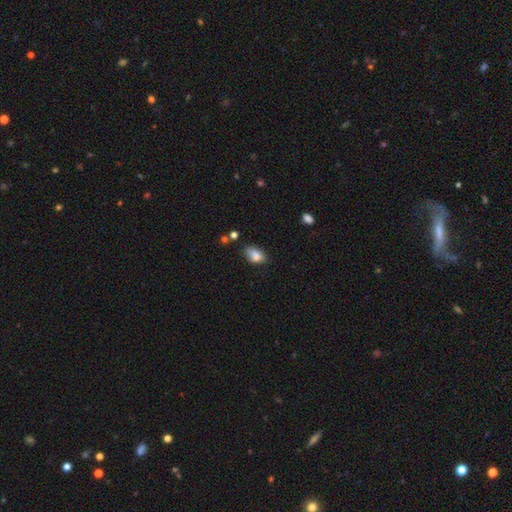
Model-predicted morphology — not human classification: A smooth galaxy with no disk features (82%) that is in between round and cigar-shaped (89%).

Vote fractions:
- Smooth or featured? smooth: 82% / star or artifact: 9% / featured or disk: 9%
- How rounded? in between: 89% / round: 9% / cigar-shaped: 2%
- Merging? none: 56% / minor disturbance: 31% / major disturbance: 7% / merger: 5%